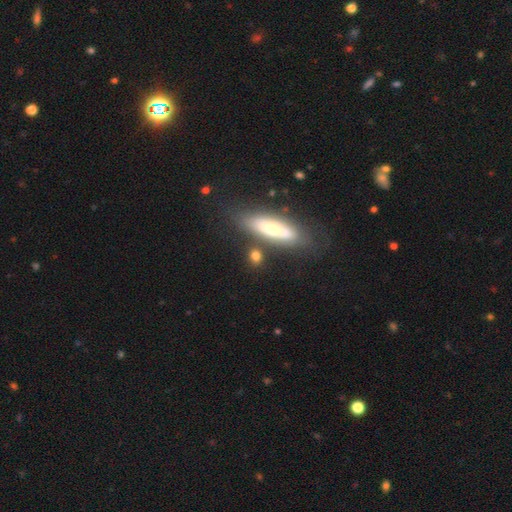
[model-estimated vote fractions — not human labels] Smooth or featured? smooth (72%)
How rounded? in between (39%)
Merging? none (72%)